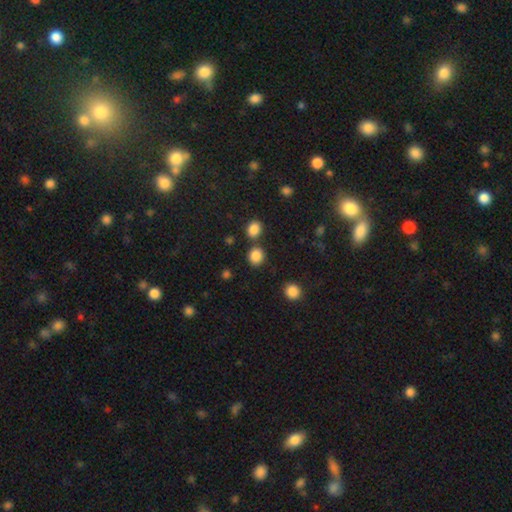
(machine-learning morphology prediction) Smooth or featured?
  - smooth: 86% *
  - star or artifact: 11%
  - featured or disk: 4%
How rounded?
  - round: 76% *
  - in between: 23%
  - cigar-shaped: 1%
Merging?
  - none: 75% *
  - merger: 14%
  - minor disturbance: 8%
  - major disturbance: 3%